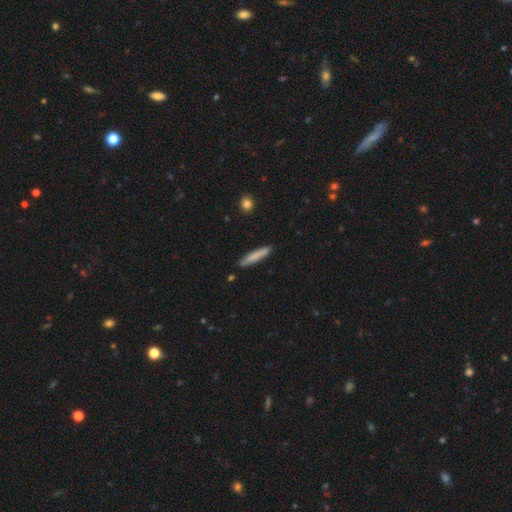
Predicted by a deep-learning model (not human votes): The model was most divided on "smooth or featured": smooth: 78%, featured or disk: 16%, star or artifact: 6%. More confident: how rounded — cigar-shaped (93%); merging — none (88%).